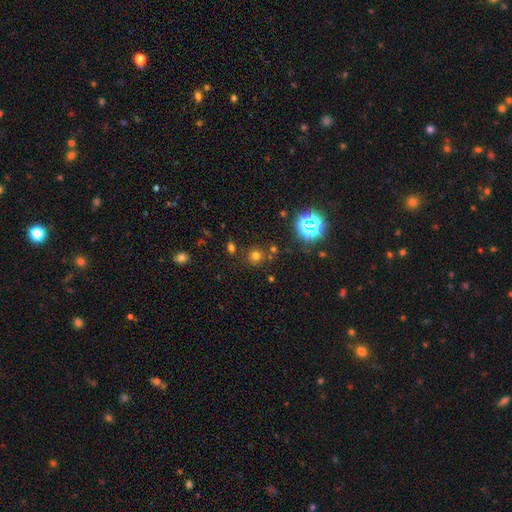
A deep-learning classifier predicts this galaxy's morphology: smooth-or-featured: smooth: 62% | star or artifact: 30% | featured or disk: 8%
  how-rounded: round: 91% | in between: 8% | cigar-shaped: 1%
  merging: none: 77% | merger: 11% | minor disturbance: 9% | major disturbance: 4%